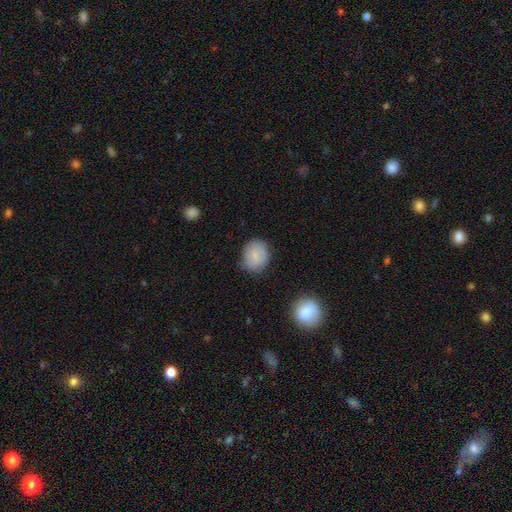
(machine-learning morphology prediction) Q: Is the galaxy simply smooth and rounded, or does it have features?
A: smooth — 78%.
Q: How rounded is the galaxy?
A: round — 69%.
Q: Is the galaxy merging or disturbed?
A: none — 76%.